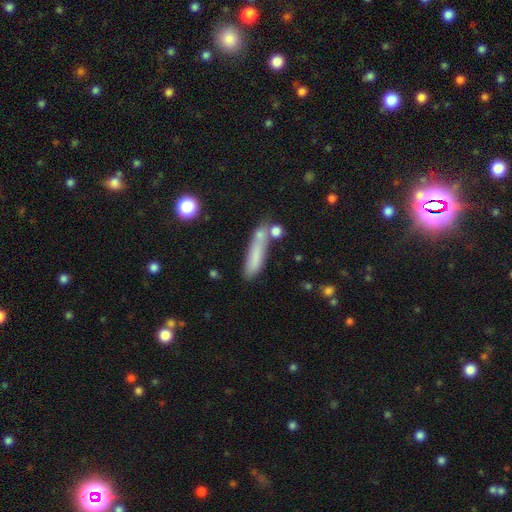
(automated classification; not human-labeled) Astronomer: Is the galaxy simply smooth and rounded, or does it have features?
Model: smooth — 75%.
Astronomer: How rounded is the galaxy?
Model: cigar-shaped — 77%.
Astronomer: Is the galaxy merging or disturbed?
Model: none — 54%.